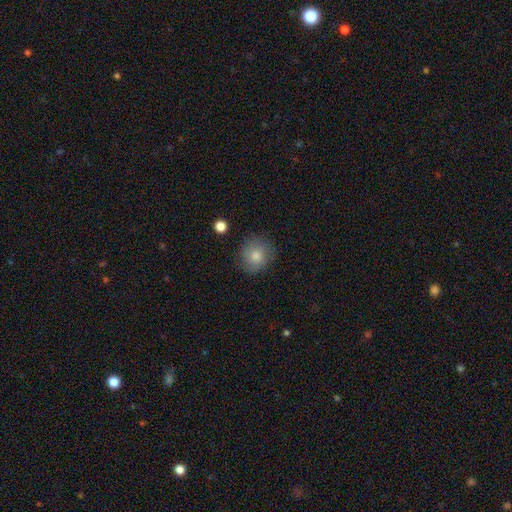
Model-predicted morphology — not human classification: smooth-or-featured: smooth: 77% | featured or disk: 13% | star or artifact: 11%
  how-rounded: round: 88% | in between: 10% | cigar-shaped: 1%
  merging: none: 85% | minor disturbance: 11% | major disturbance: 3% | merger: 1%